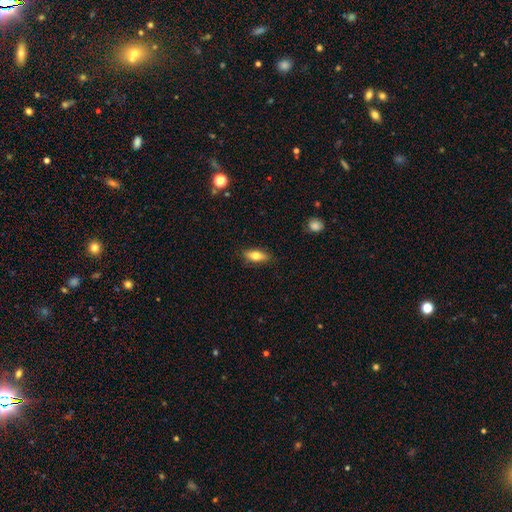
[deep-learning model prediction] Morphology: type=smooth (70%); roundness=in between (70%); merging=none (86%).